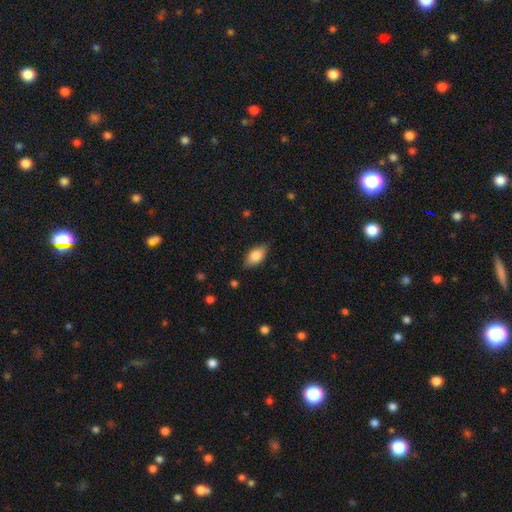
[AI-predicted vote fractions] Smooth or featured? smooth (81%)
How rounded? in between (90%)
Merging? none (82%)